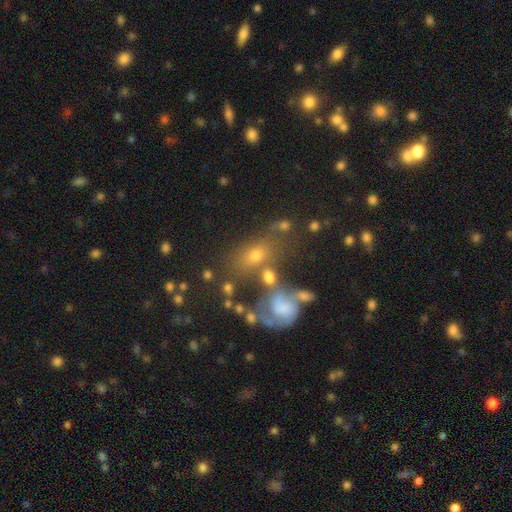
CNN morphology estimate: type=smooth (55%); roundness=in between (69%); merging=none (47%).